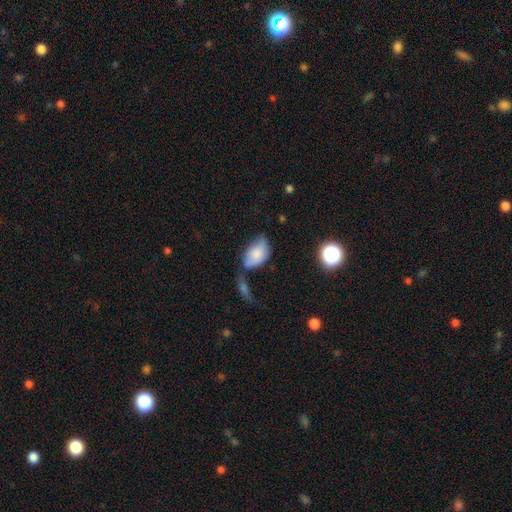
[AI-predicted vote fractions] Overall: smooth (77%). How rounded: in between (91%). Merging: none (36%; minor disturbance 30%).